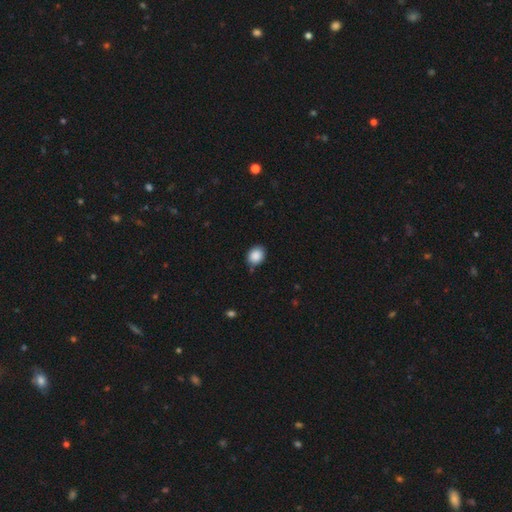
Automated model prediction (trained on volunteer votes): A smooth galaxy with no disk features (88%) that is round (53%). Merging: none (83%).